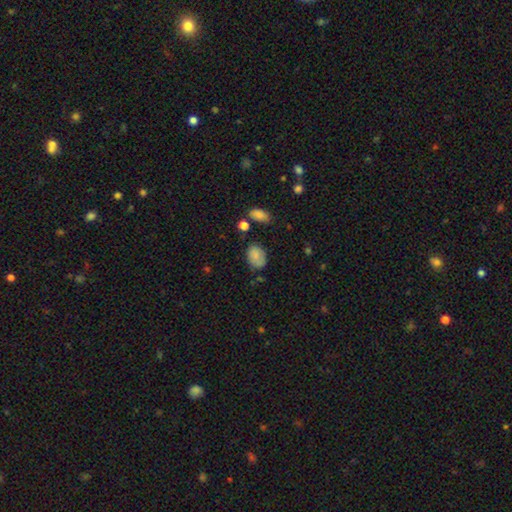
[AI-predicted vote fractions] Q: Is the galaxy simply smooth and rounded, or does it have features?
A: smooth — 82%.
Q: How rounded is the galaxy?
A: in between — 77%.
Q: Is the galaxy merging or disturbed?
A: none — 64%.